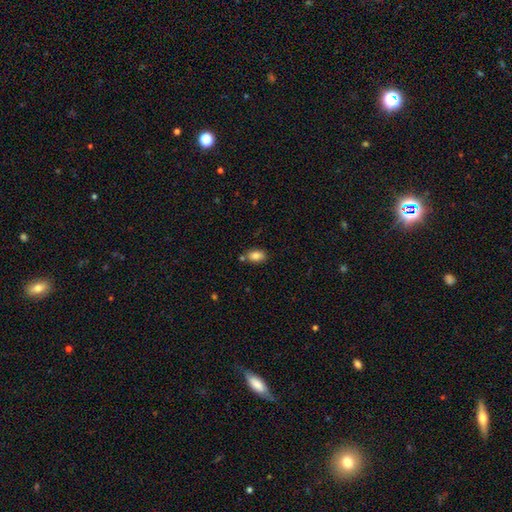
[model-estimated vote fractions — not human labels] Smooth or featured: smooth — 85% (star or artifact — 9%)
How rounded: in between — 89% (round — 9%)
Merging: none — 75% (minor disturbance — 12%)